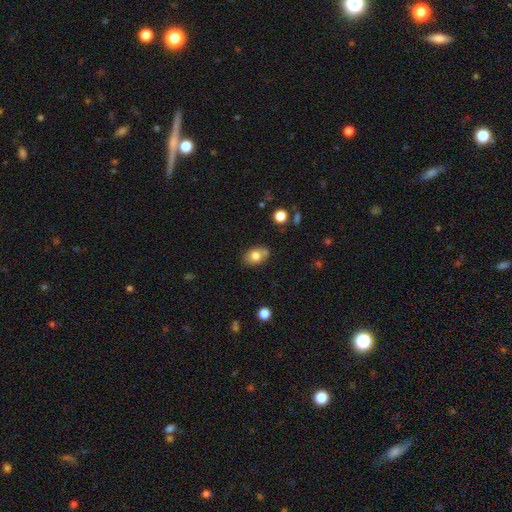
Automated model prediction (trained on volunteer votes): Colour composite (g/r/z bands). It shows a smooth galaxy with no disk features (78%) that is in between round and cigar-shaped (80%). Merging: none (70%).